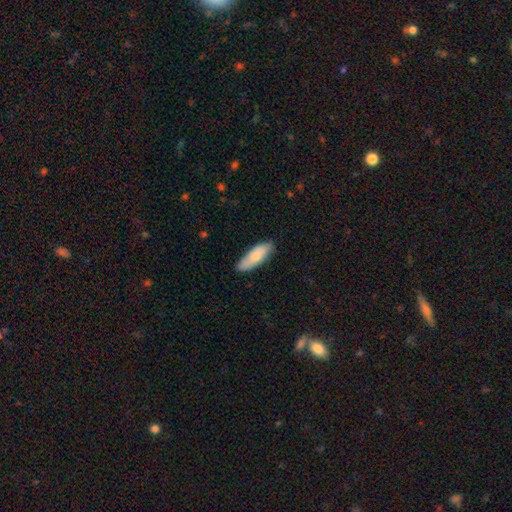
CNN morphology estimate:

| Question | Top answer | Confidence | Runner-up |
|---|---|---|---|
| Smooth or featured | smooth | 73% | featured or disk (21%) |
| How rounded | in between | 69% | cigar-shaped (29%) |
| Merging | none | 80% | minor disturbance (17%) |